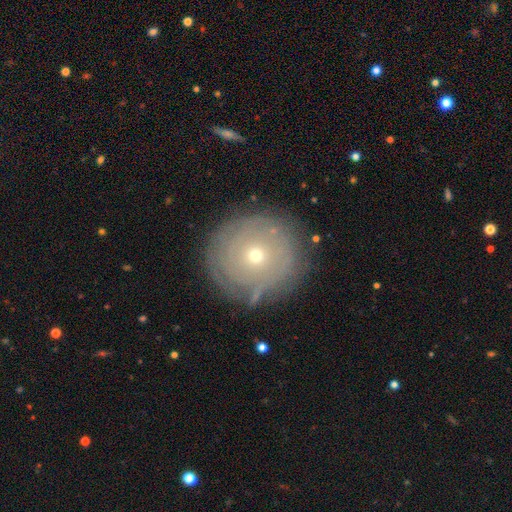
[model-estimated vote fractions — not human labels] A featured or disk galaxy (50%).

Vote fractions:
- Smooth or featured? featured or disk: 50% / smooth: 39% / star or artifact: 11%
- Merging? none: 79% / minor disturbance: 14% / major disturbance: 5% / merger: 2%